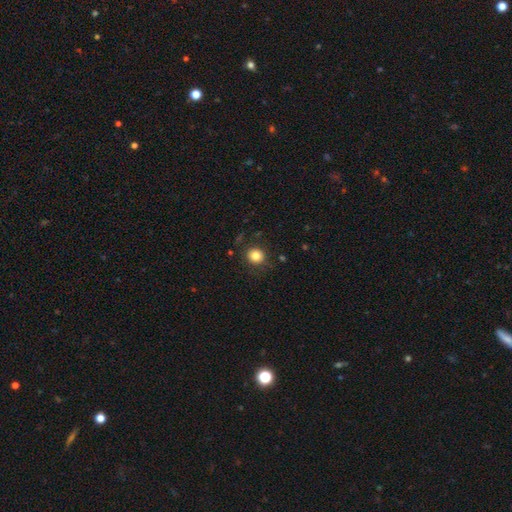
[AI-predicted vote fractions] Q: Smooth or featured?
A: smooth (83%); runner-up: star or artifact (11%)
Q: How rounded?
A: round (86%); runner-up: in between (13%)
Q: Merging?
A: none (84%); runner-up: minor disturbance (11%)